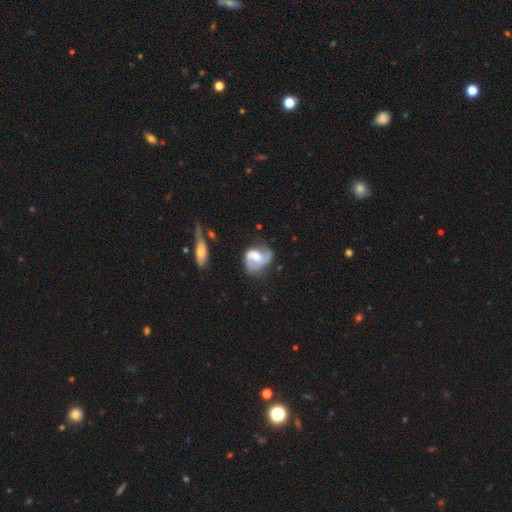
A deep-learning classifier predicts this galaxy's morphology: type=featured or disk (79%); edge-on=no (97%); bar=weak (46%); spiral arms=yes (93%); winding=medium (48%); arm count=2 (85%); bulge=moderate (46%); merging=none (58%).